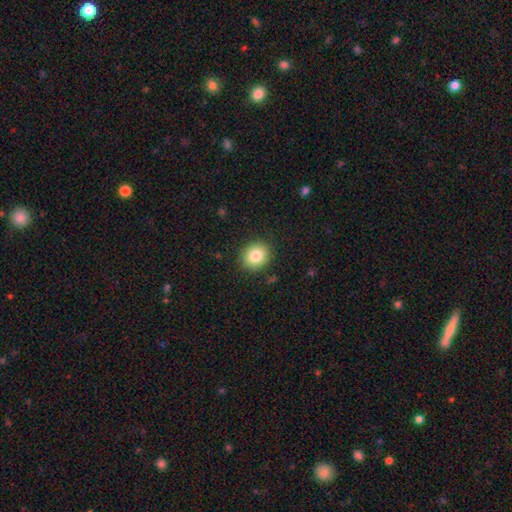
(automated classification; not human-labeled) A smooth galaxy with no disk features (82%) that is round (71%). Merging: none (89%).